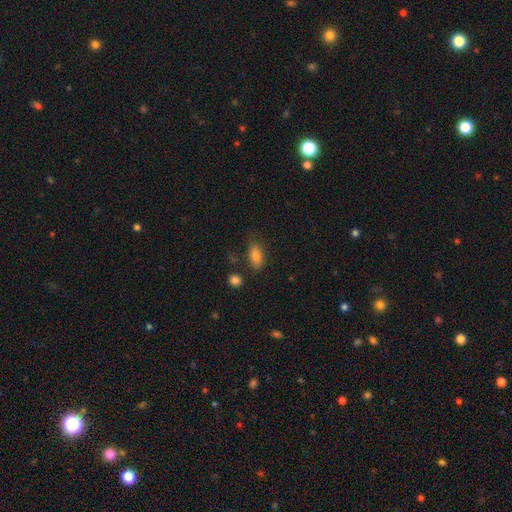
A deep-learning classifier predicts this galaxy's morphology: Smooth or featured? smooth (83%)
How rounded? in between (86%)
Merging? none (70%)